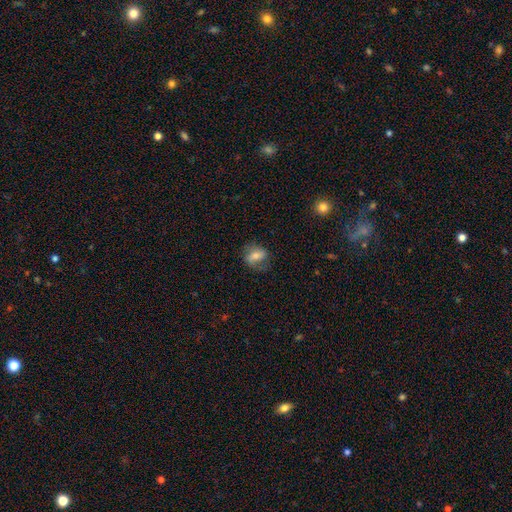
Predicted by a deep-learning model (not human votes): smooth 57%, featured or disk 34%, star or artifact 9%. Down the decision tree: how rounded — in between (66%); merging — none (69%).